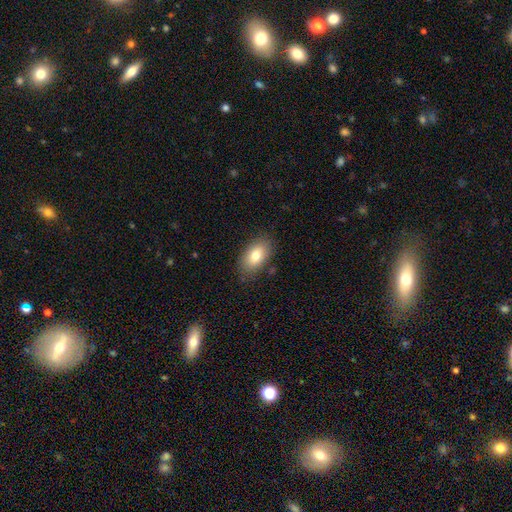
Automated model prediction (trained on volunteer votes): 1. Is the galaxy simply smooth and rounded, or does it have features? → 79% smooth, 14% featured or disk, 7% star or artifact.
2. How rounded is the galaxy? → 92% in between, 6% round, 2% cigar-shaped.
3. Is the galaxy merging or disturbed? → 83% none, 13% minor disturbance, 3% major disturbance, 1% merger.